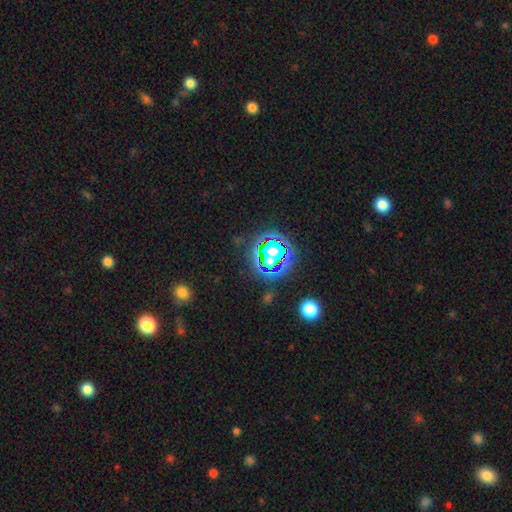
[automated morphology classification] Smooth or featured: star or artifact — 80% (smooth — 12%)